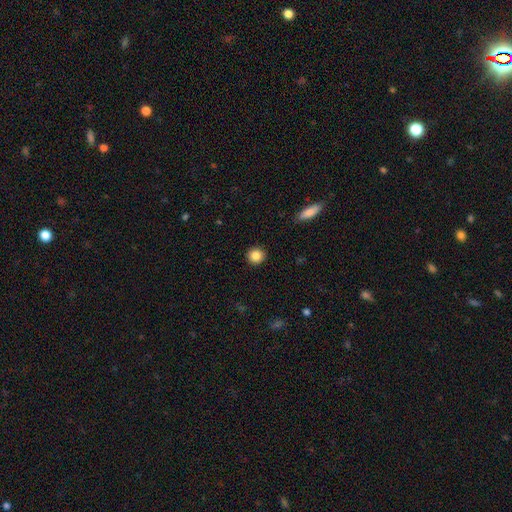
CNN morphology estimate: type=smooth (85%); roundness=round (92%); merging=none (92%).